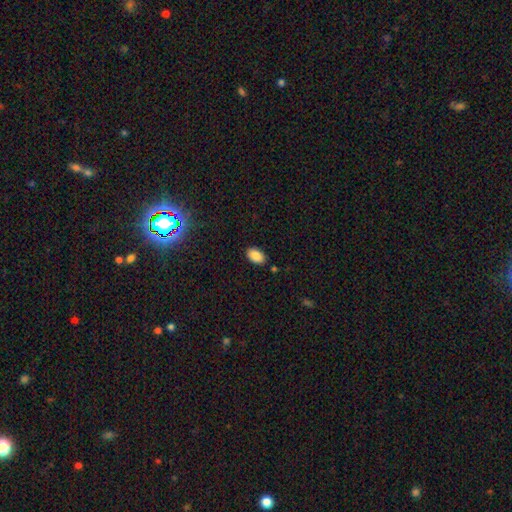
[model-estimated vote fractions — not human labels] smooth 87%, star or artifact 8%, featured or disk 5%. Down the decision tree: how rounded — in between (93%); merging — none (86%).